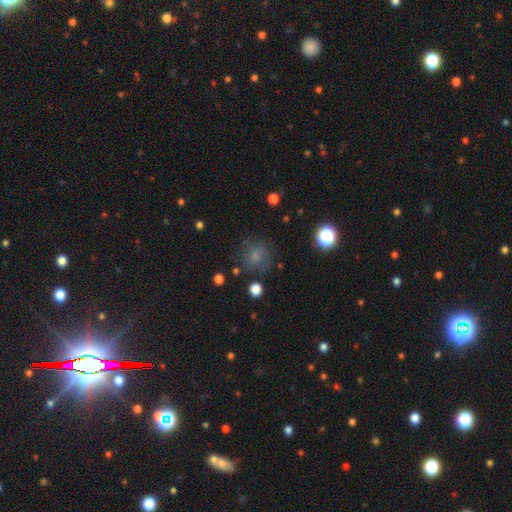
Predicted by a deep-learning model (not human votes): Smooth or featured? Predicted: smooth (p=0.65). How rounded? Predicted: round (p=0.86). Merging? Predicted: none (p=0.71).